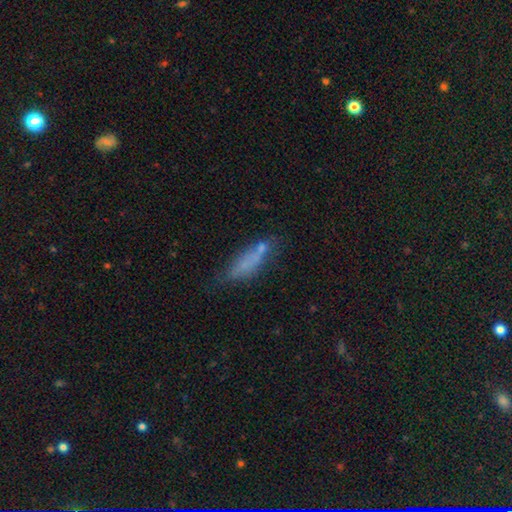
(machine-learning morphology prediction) The model was most divided on "how rounded": cigar-shaped: 53%, in between: 43%, round: 3%. Remaining: smooth or featured — smooth (61%); merging — none (46%).